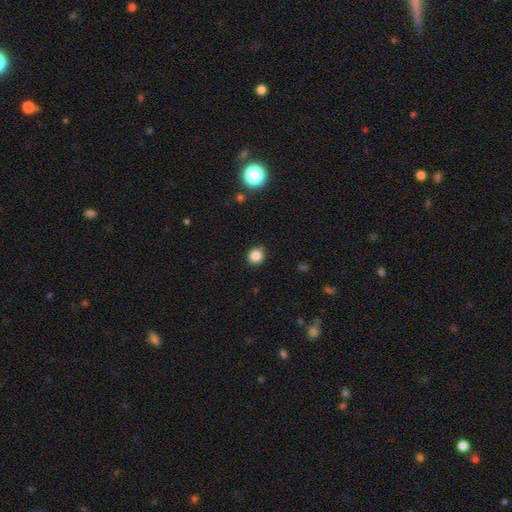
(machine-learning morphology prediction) smooth-or-featured: smooth: 85% | star or artifact: 11% | featured or disk: 4%
  how-rounded: round: 84% | in between: 15% | cigar-shaped: 1%
  merging: none: 88% | minor disturbance: 9% | major disturbance: 2% | merger: 1%